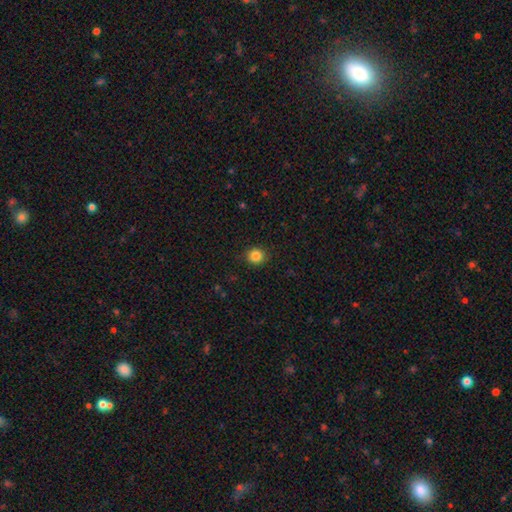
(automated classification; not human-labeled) smooth 85%, star or artifact 11%, featured or disk 4%. Down the decision tree: how rounded — round (88%); merging — none (91%).